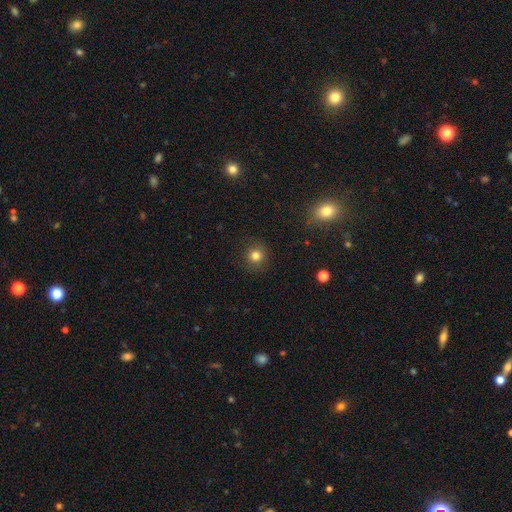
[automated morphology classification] smooth 81%, star or artifact 14%, featured or disk 6%. Down the decision tree: how rounded — round (92%); merging — none (90%).